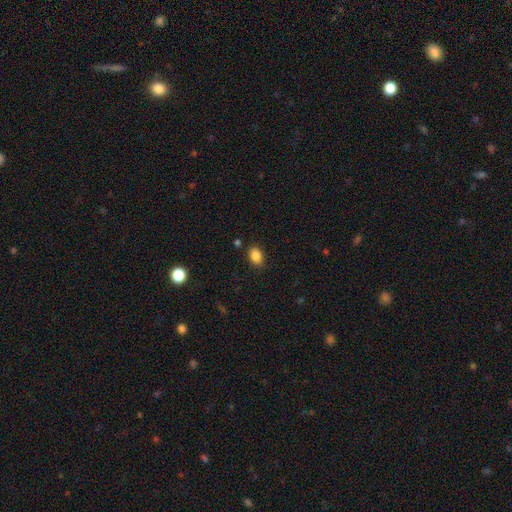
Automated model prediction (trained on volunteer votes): Morphology: type=smooth (86%); roundness=in between (79%); merging=none (83%).